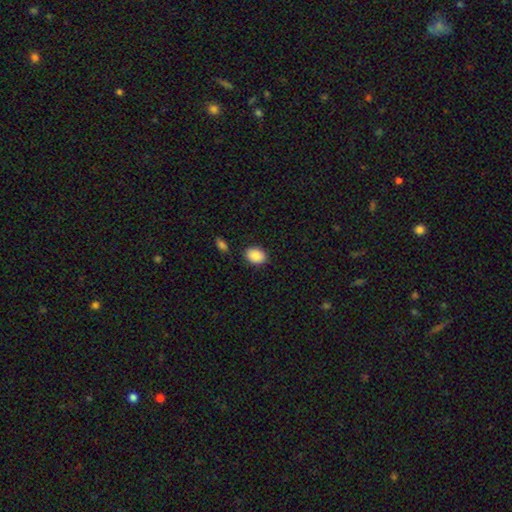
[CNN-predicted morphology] Smooth or featured? Predicted: smooth (p=0.89). How rounded? Predicted: in between (p=0.77). Merging? Predicted: none (p=0.85).